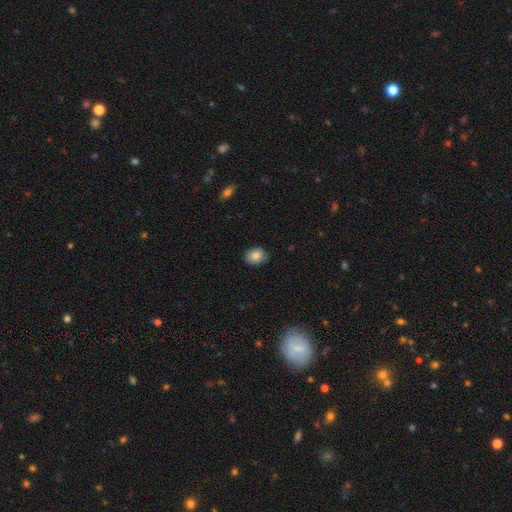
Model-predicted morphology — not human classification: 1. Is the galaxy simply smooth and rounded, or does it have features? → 81% smooth, 11% featured or disk, 9% star or artifact.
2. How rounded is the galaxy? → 53% in between, 46% round, 1% cigar-shaped.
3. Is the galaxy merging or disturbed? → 85% none, 12% minor disturbance, 2% major disturbance, 1% merger.